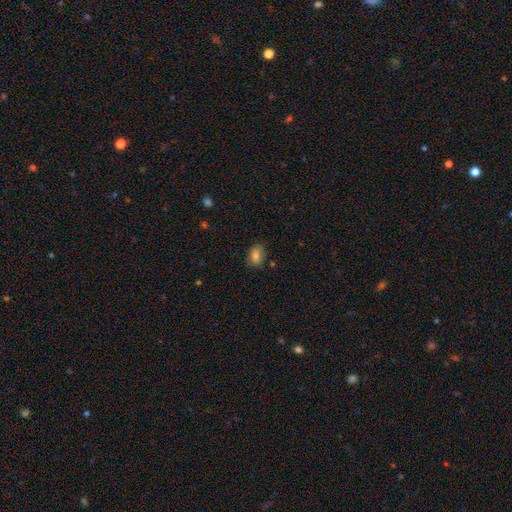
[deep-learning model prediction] smooth_or_featured: smooth (p=0.79) [alt: featured or disk p=0.11]
how_rounded: in between (p=0.76) [alt: round p=0.23]
merging: none (p=0.77) [alt: minor disturbance p=0.17]